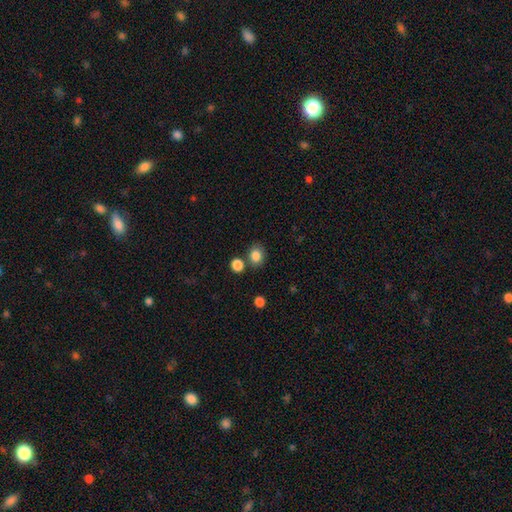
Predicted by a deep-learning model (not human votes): A smooth galaxy with no disk features (84%) that is round (60%). Merging: none (72%).